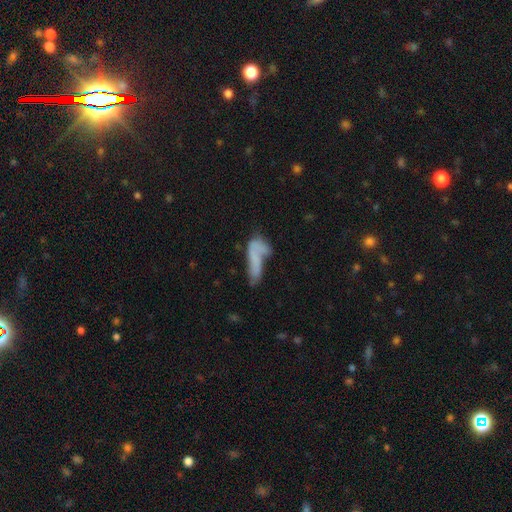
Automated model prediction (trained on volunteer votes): smooth_or_featured: smooth (p=0.60) [alt: featured or disk p=0.28]
how_rounded: cigar-shaped (p=0.48) [tied with: in between p=0.48]
merging: none (p=0.28) [alt: merger p=0.26]